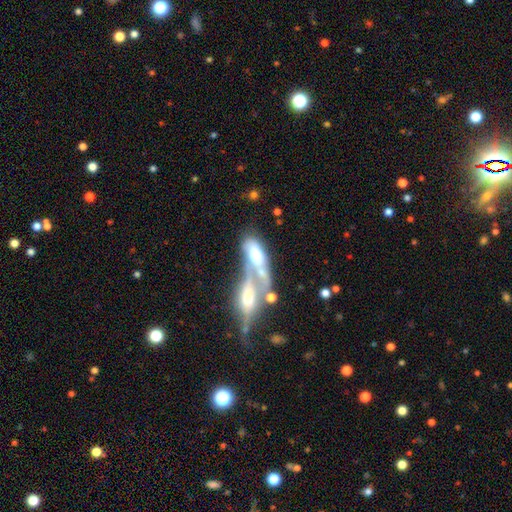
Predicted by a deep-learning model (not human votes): The model was most divided on "smooth or featured": smooth: 51%, featured or disk: 40%, star or artifact: 9%. More confident: how rounded — in between (75%); merging — merger (71%).